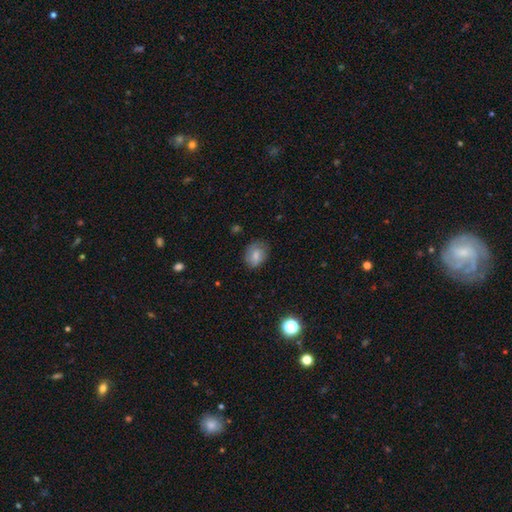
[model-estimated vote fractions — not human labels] Morphology: type=smooth (74%); roundness=in between (62%); merging=none (71%).